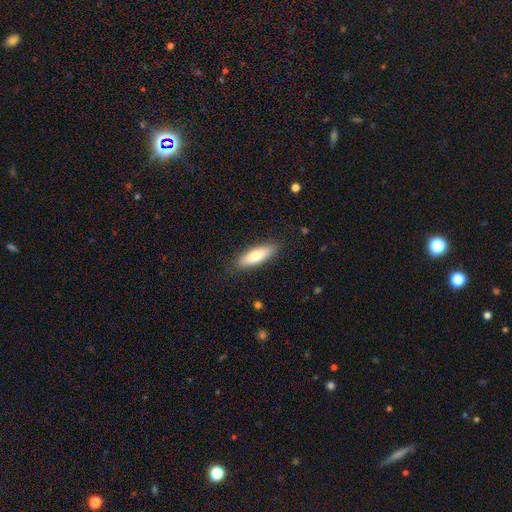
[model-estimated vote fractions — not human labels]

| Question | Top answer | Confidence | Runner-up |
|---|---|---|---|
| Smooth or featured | smooth | 72% | featured or disk (22%) |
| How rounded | in between | 55% | cigar-shaped (43%) |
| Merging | none | 87% | minor disturbance (10%) |